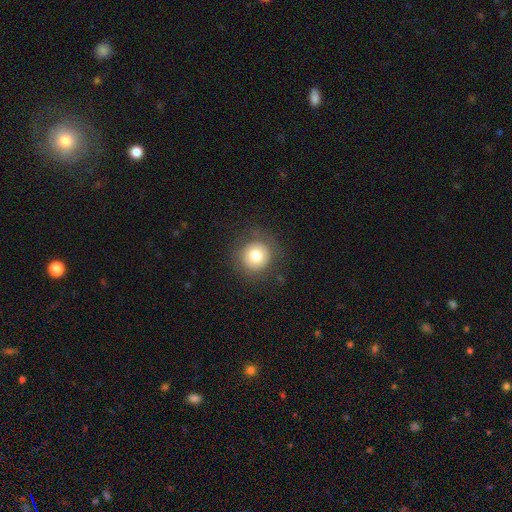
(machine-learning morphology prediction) This is likely a smooth galaxy (76%). How rounded: clearly round (93%). Merging: clearly none (84%).